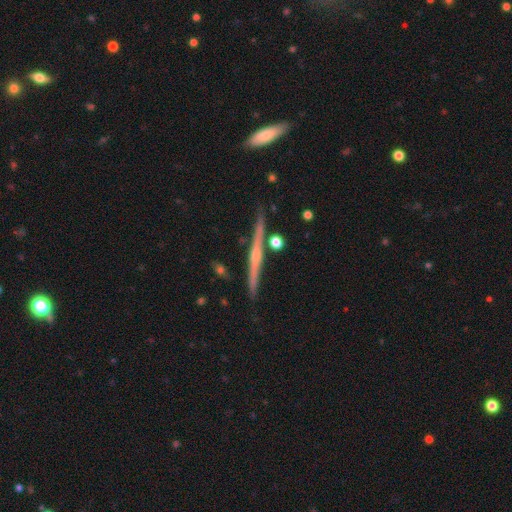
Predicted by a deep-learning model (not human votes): Q: Smooth or featured?
A: featured or disk (79%); runner-up: smooth (15%)
Q: Edge-on disk?
A: yes (98%); runner-up: no (2%)
Q: Edge-on bulge?
A: rounded (68%); runner-up: none (25%)
Q: Merging?
A: none (87%); runner-up: minor disturbance (8%)